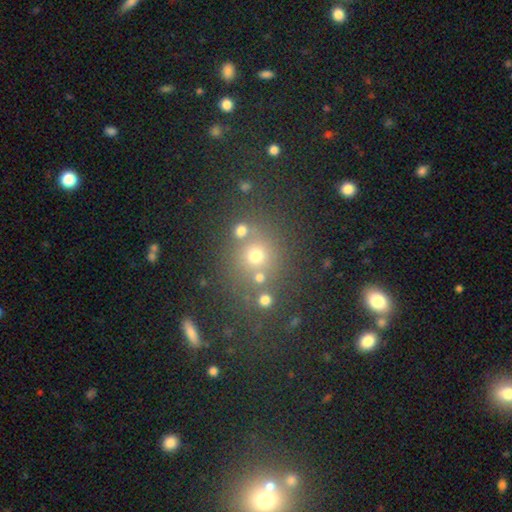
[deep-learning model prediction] Smooth or featured?
  - smooth: 61% *
  - star or artifact: 27%
  - featured or disk: 12%
How rounded?
  - round: 84% *
  - in between: 14%
  - cigar-shaped: 1%
Merging?
  - none: 69% *
  - merger: 14%
  - minor disturbance: 11%
  - major disturbance: 6%